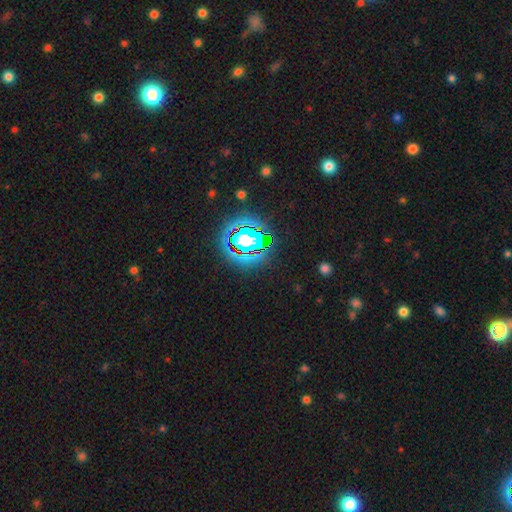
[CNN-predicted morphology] This appears to be a star or artifact, not a galaxy (82%).